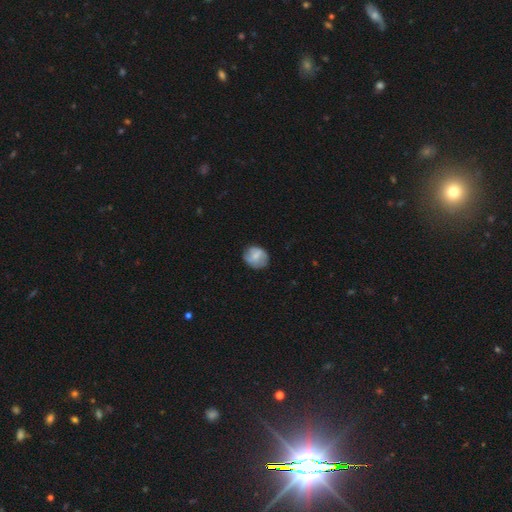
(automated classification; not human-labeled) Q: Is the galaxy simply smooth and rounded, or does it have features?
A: smooth — 63%.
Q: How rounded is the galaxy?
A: round — 72%.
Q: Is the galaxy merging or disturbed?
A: none — 72%.